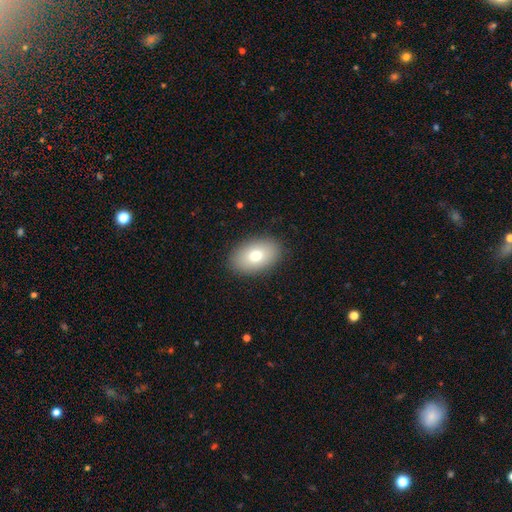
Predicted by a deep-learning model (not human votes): The model was most divided on "smooth or featured": smooth: 77%, featured or disk: 15%, star or artifact: 8%. More confident: merging — none (89%); how rounded — in between (89%).